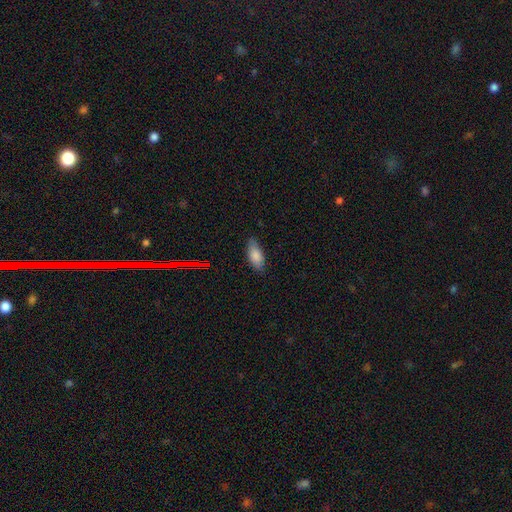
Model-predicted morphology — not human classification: Smooth or featured?
  - smooth: 82% *
  - featured or disk: 10%
  - star or artifact: 7%
How rounded?
  - in between: 85% *
  - cigar-shaped: 13%
  - round: 2%
Merging?
  - none: 77% *
  - minor disturbance: 19%
  - major disturbance: 3%
  - merger: 1%